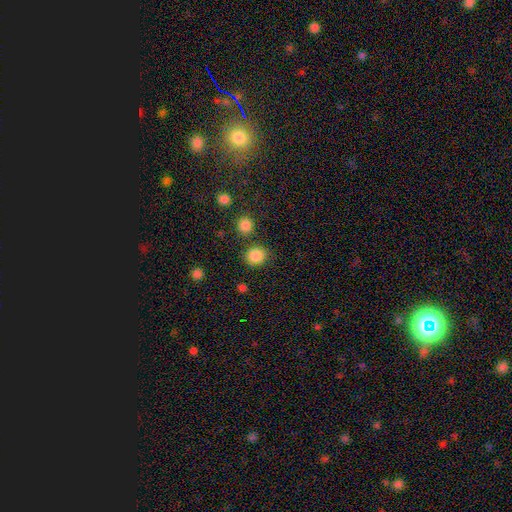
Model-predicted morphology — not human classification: Q: Smooth or featured?
A: smooth (86%); runner-up: star or artifact (11%)
Q: How rounded?
A: round (82%); runner-up: in between (17%)
Q: Merging?
A: none (83%); runner-up: minor disturbance (8%)